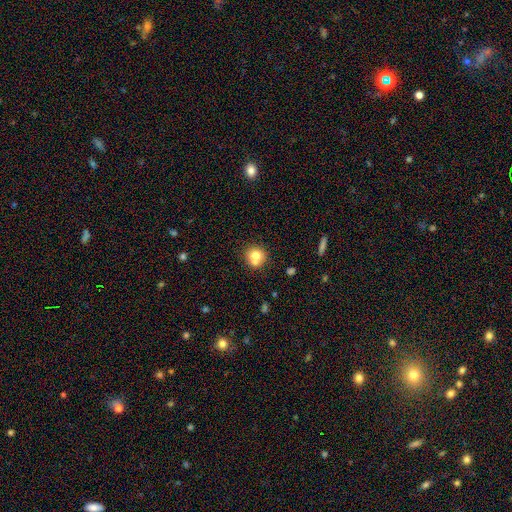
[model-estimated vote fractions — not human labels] A smooth galaxy with no disk features (73%) that is round (89%).

Vote fractions:
- Smooth or featured? smooth: 73% / featured or disk: 17% / star or artifact: 11%
- How rounded? round: 89% / in between: 10% / cigar-shaped: 1%
- Merging? none: 54% / merger: 34% / minor disturbance: 9% / major disturbance: 3%